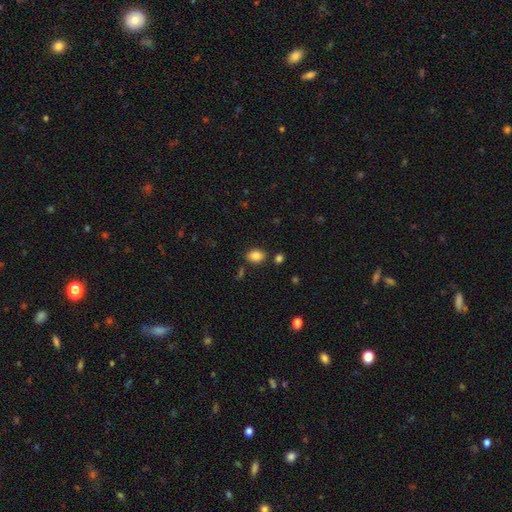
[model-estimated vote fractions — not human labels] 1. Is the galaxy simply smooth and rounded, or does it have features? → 86% smooth, 10% star or artifact, 5% featured or disk.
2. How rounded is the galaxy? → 76% in between, 23% round, 1% cigar-shaped.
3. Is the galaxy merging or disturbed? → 81% none, 11% minor disturbance, 5% merger, 3% major disturbance.